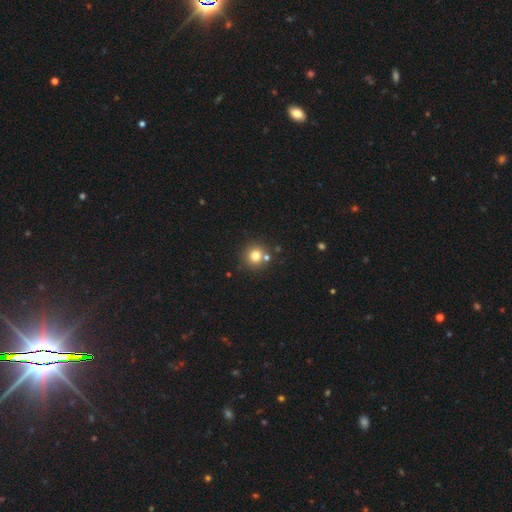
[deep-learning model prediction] Smooth or featured?
  - smooth: 77% *
  - star or artifact: 14%
  - featured or disk: 9%
How rounded?
  - round: 92% *
  - in between: 7%
  - cigar-shaped: 1%
Merging?
  - none: 75% *
  - merger: 14%
  - minor disturbance: 8%
  - major disturbance: 3%